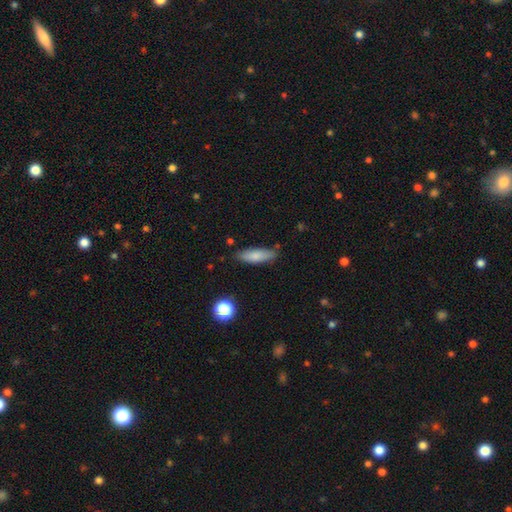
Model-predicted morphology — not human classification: A smooth galaxy with no disk features (79%) that is in between round and cigar-shaped (51%). Merging: none (81%).